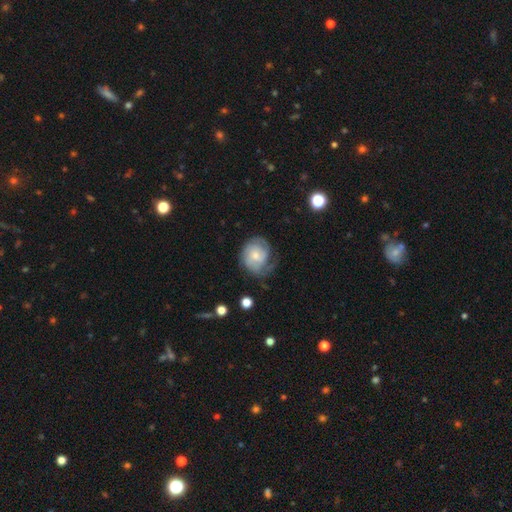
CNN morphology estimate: Q: Smooth or featured?
A: featured or disk (59%); runner-up: smooth (34%)
Q: Edge-on disk?
A: no (98%); runner-up: yes (2%)
Q: Bar?
A: no (69%); runner-up: weak (28%)
Q: Spiral arms?
A: yes (86%); runner-up: no (14%)
Q: Bulge size?
A: small (48%); runner-up: moderate (42%)
Q: Merging?
A: none (51%); runner-up: minor disturbance (29%)